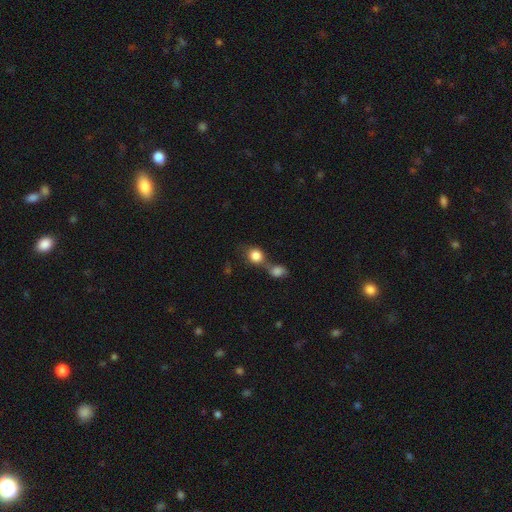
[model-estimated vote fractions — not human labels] A smooth galaxy with no disk features (83%) that is round (75%).

Vote fractions:
- Smooth or featured? smooth: 83% / star or artifact: 9% / featured or disk: 9%
- How rounded? round: 75% / in between: 24% / cigar-shaped: 2%
- Merging? merger: 57% / none: 29% / minor disturbance: 8% / major disturbance: 6%